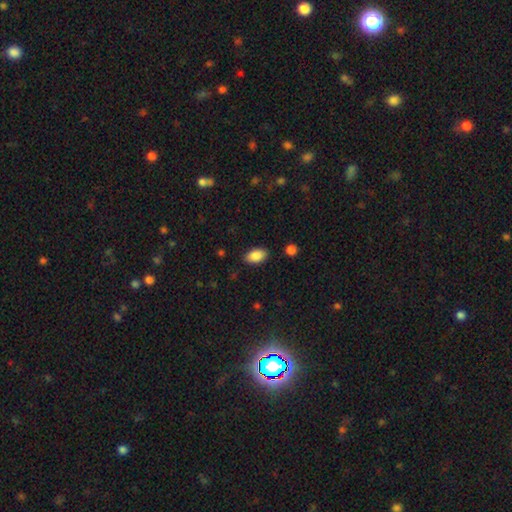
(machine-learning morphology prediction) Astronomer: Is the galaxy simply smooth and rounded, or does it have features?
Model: smooth — 87%.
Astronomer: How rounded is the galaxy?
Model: in between — 93%.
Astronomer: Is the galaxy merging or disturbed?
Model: none — 86%.